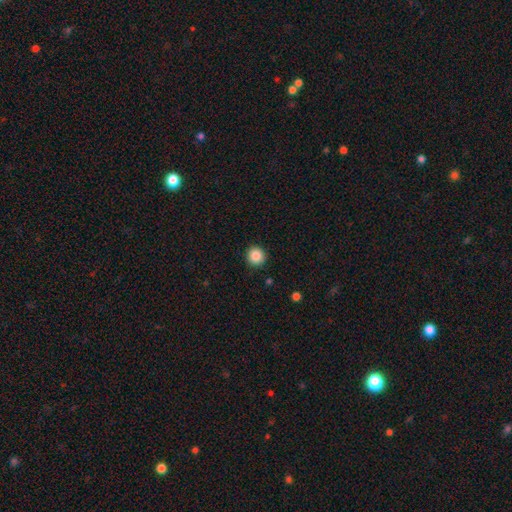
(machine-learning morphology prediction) smooth 87%, star or artifact 9%, featured or disk 4%. Down the decision tree: how rounded — round (94%); merging — none (92%).